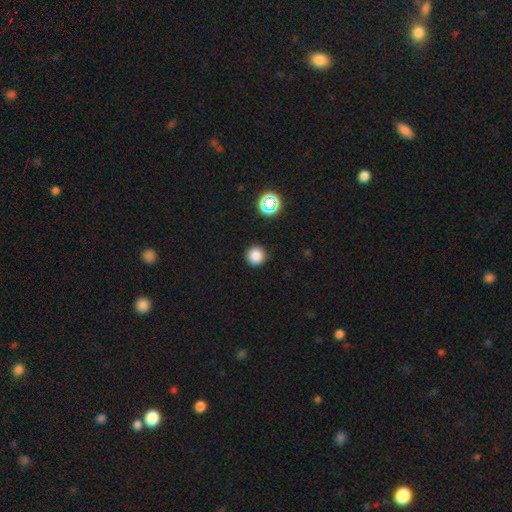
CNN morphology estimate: type=smooth (82%); roundness=round (95%); merging=none (91%).